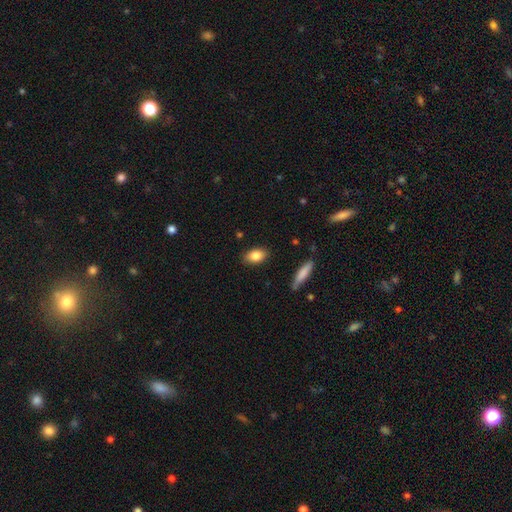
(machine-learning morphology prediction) type=smooth (83%); roundness=in between (87%); merging=none (85%).